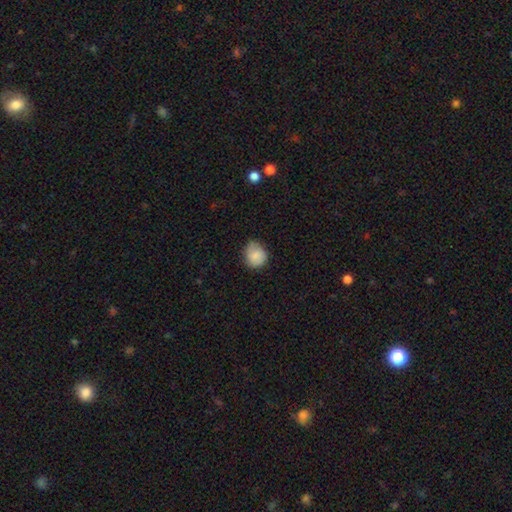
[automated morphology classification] smooth_or_featured: smooth (p=0.82) [alt: featured or disk p=0.11]
how_rounded: round (p=0.74) [alt: in between p=0.25]
merging: none (p=0.65) [alt: minor disturbance p=0.29]